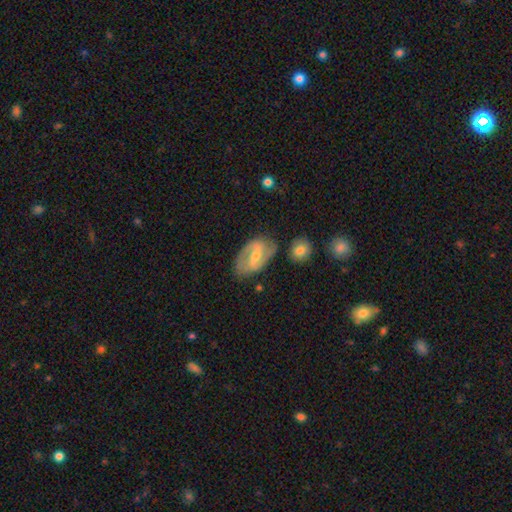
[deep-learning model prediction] This appears to be a featured or disk galaxy (80%) with a strong bar (44%), 2 (89%) medium (51%) spiral arms (90%) and a small central bulge (51%). Merging: none (78%).